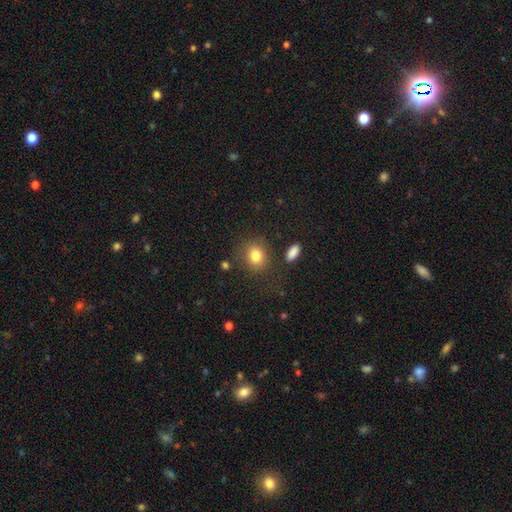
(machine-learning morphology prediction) Overall: smooth (82%). How rounded: round (64%; in between 35%). Merging: none (81%).